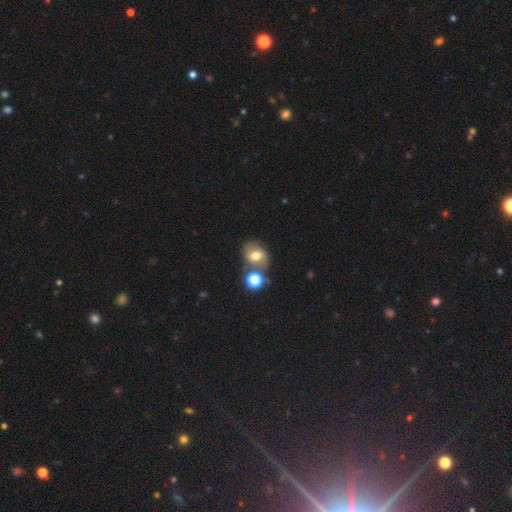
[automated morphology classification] This appears to be a smooth galaxy with no disk features (62%) that is in between round and cigar-shaped (53%). Merging: none (58%).